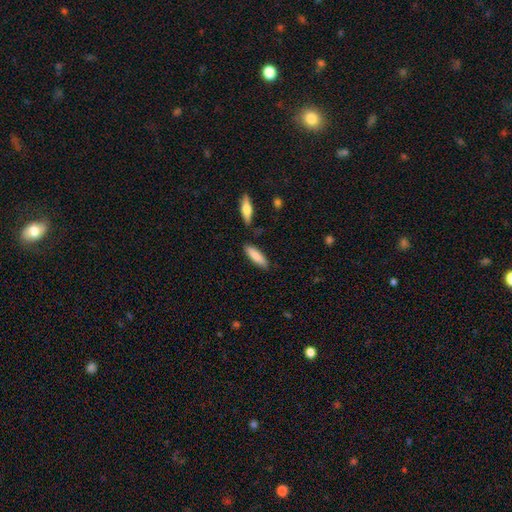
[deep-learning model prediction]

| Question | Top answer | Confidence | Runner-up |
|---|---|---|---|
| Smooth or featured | smooth | 83% | featured or disk (11%) |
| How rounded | cigar-shaped | 62% | in between (36%) |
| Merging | none | 84% | minor disturbance (10%) |